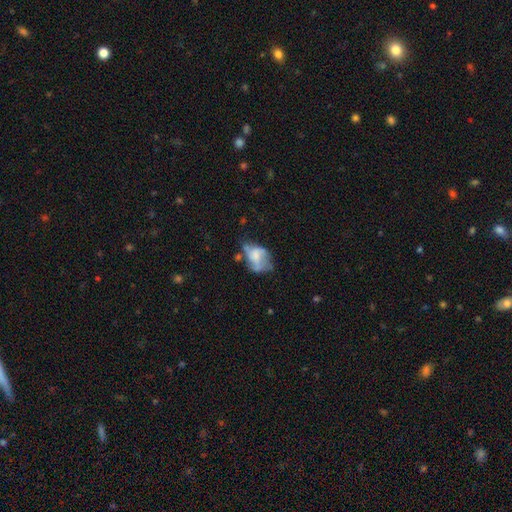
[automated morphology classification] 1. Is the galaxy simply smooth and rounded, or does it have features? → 47% featured or disk, 43% smooth, 10% star or artifact.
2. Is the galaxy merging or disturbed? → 33% major disturbance, 29% none, 27% minor disturbance, 11% merger.